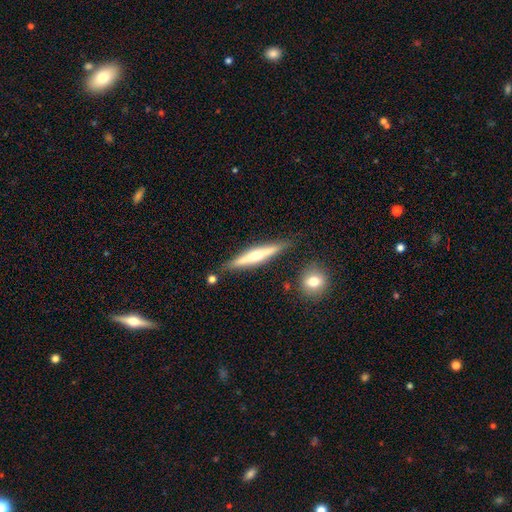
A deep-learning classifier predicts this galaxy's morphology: type=featured or disk (62%); edge-on=yes (96%); edge-on bulge=rounded (84%); merging=none (84%).